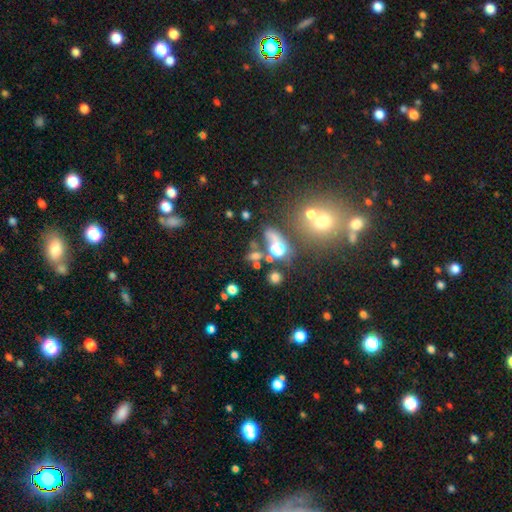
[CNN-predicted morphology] smooth 50%, star or artifact 33%, featured or disk 17%. Down the decision tree: merging — none (49%).